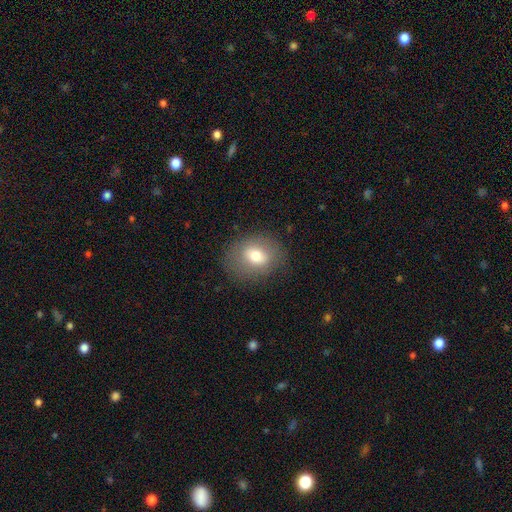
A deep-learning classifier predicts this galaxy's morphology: Smooth or featured: smooth — 69% (featured or disk — 21%)
How rounded: round — 52% (in between — 47%)
Merging: none — 80% (minor disturbance — 13%)